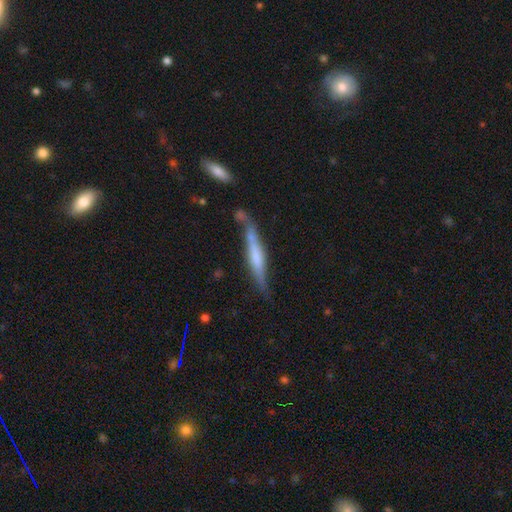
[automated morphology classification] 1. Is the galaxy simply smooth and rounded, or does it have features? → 54% featured or disk, 39% smooth, 6% star or artifact.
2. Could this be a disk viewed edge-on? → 92% yes, 8% no.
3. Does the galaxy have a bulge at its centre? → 40% rounded, 32% none, 29% boxy.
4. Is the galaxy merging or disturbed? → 64% none, 20% minor disturbance, 11% merger, 5% major disturbance.